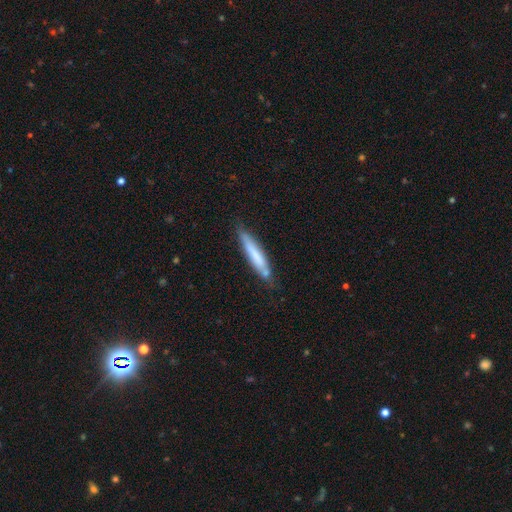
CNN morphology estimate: smooth-or-featured: smooth: 65% | featured or disk: 29% | star or artifact: 6%
  how-rounded: cigar-shaped: 92% | in between: 7% | round: 1%
  merging: none: 73% | minor disturbance: 19% | merger: 5% | major disturbance: 3%